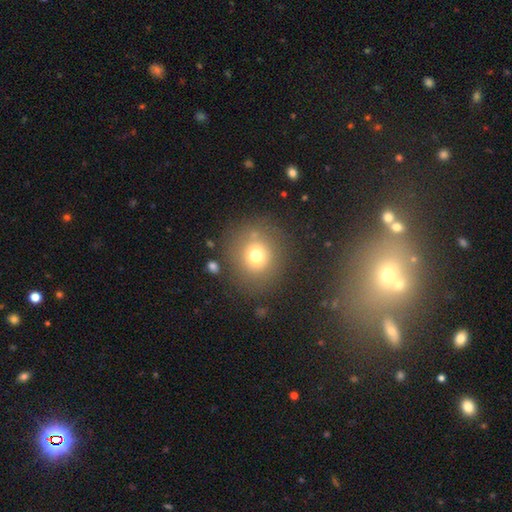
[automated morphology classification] Smooth or featured: smooth — 71% (star or artifact — 15%)
How rounded: round — 85% (in between — 14%)
Merging: none — 80% (minor disturbance — 10%)